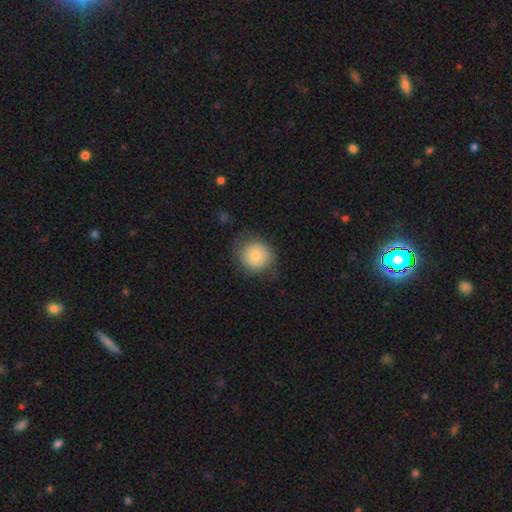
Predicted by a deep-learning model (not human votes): A smooth galaxy with no disk features (77%) that is round (87%).

Vote fractions:
- Smooth or featured? smooth: 77% / featured or disk: 15% / star or artifact: 8%
- How rounded? round: 87% / in between: 12% / cigar-shaped: 1%
- Merging? none: 71% / minor disturbance: 19% / major disturbance: 8% / merger: 1%